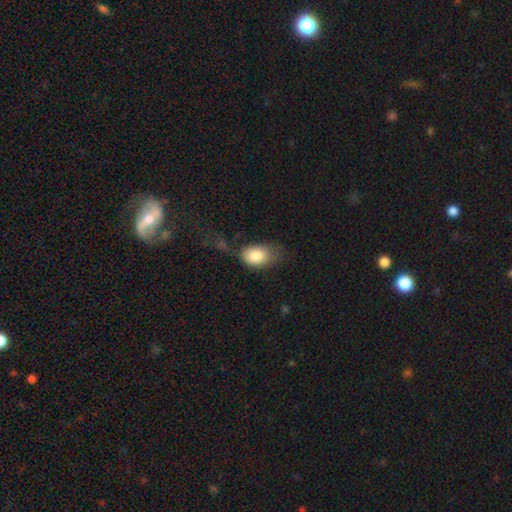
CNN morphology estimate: Smooth or featured?
  - smooth: 82% *
  - featured or disk: 10%
  - star or artifact: 8%
How rounded?
  - in between: 80% *
  - round: 19%
  - cigar-shaped: 1%
Merging?
  - none: 37% *
  - minor disturbance: 31%
  - major disturbance: 27%
  - merger: 5%